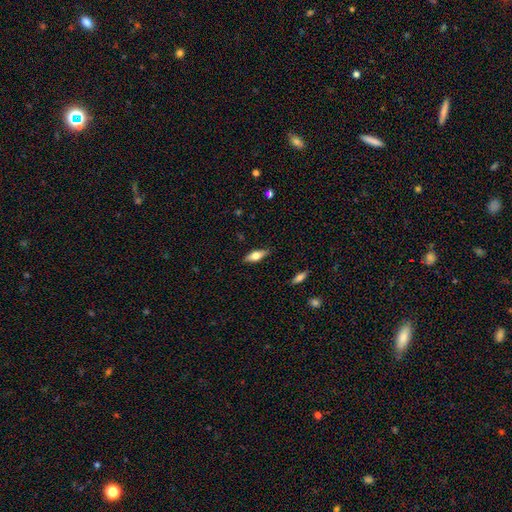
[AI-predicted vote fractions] Overall: smooth (57%; featured or disk 36%). How rounded: in between (67%; cigar-shaped 31%). Merging: none (86%).